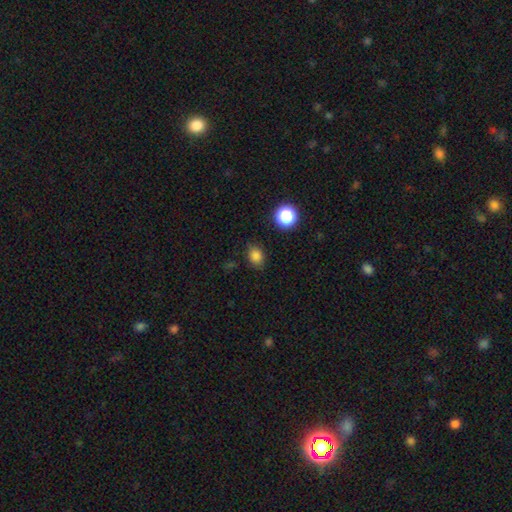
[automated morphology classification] smooth_or_featured: smooth (p=0.82) [alt: star or artifact p=0.14]
how_rounded: in between (p=0.57) [alt: round p=0.42]
merging: none (p=0.83) [alt: minor disturbance p=0.12]